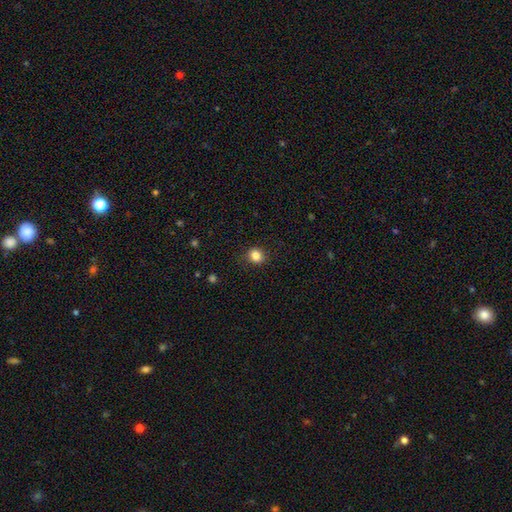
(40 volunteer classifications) smooth 90%, star or artifact 8%, featured or disk 2%. Down the decision tree: how rounded — round (89%); merging — none (89%).